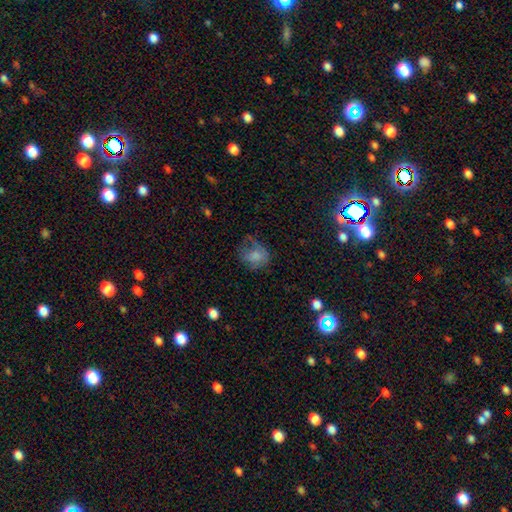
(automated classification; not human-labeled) A smooth galaxy with no disk features (70%) that is round (58%).

Vote fractions:
- Smooth or featured? smooth: 70% / featured or disk: 19% / star or artifact: 10%
- How rounded? round: 58% / in between: 41% / cigar-shaped: 1%
- Merging? none: 41% / minor disturbance: 30% / major disturbance: 27% / merger: 2%